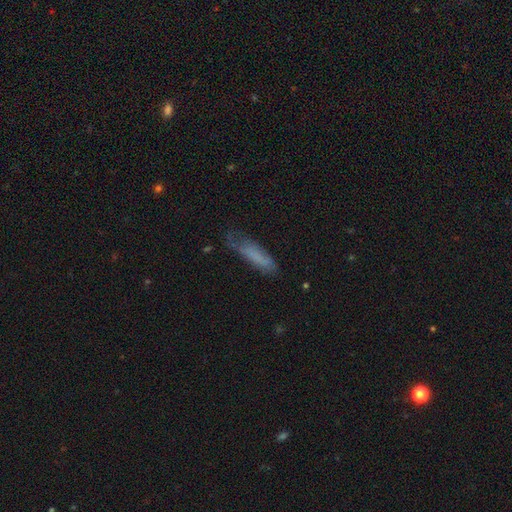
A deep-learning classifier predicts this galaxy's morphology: A smooth galaxy with no disk features (66%) that is cigar-shaped (69%). Merging: none (47%).